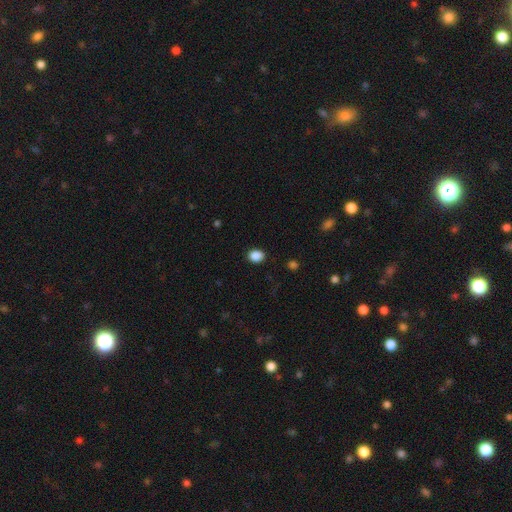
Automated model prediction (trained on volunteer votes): This appears to be a smooth galaxy with no disk features (88%) that is round (51%). Merging: none (87%).